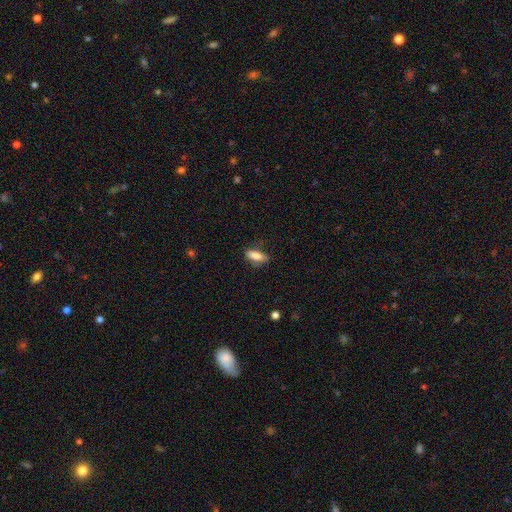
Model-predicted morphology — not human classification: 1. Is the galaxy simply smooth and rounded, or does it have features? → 83% smooth, 9% featured or disk, 7% star or artifact.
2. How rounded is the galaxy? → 66% in between, 31% cigar-shaped, 3% round.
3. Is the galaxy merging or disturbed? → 72% none, 21% minor disturbance, 6% major disturbance, 2% merger.